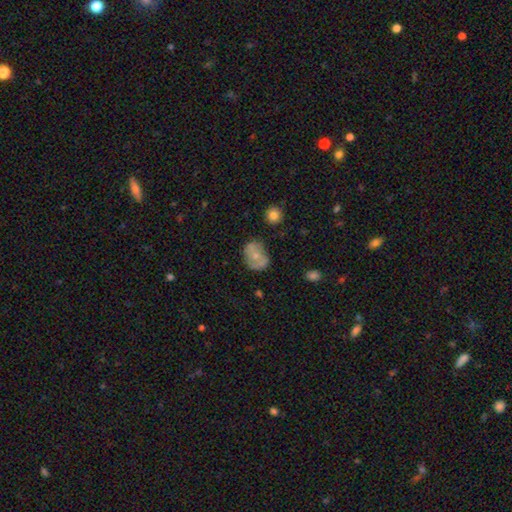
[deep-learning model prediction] Smooth or featured?
  - smooth: 51% *
  - featured or disk: 39%
  - star or artifact: 10%
How rounded?
  - in between: 57% *
  - round: 42%
  - cigar-shaped: 1%
Merging?
  - none: 61% *
  - minor disturbance: 25%
  - major disturbance: 8%
  - merger: 6%